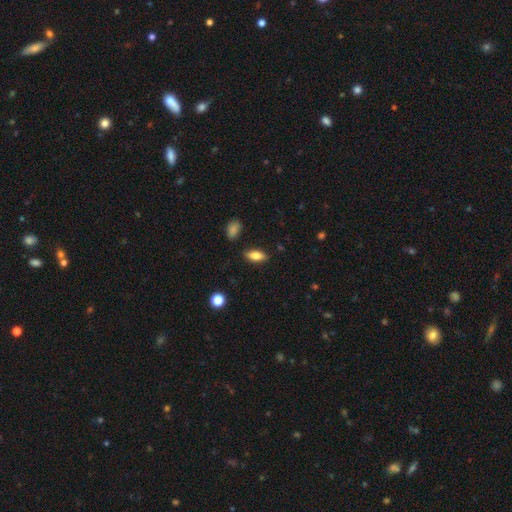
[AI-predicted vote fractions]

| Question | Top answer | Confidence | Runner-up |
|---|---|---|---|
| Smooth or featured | smooth | 74% | featured or disk (18%) |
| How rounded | in between | 79% | cigar-shaped (17%) |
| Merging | none | 84% | minor disturbance (12%) |